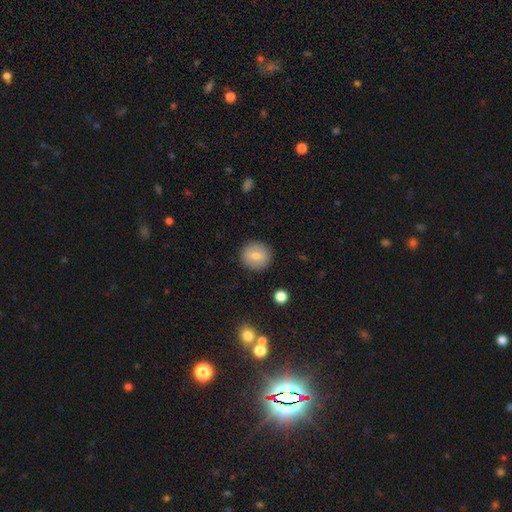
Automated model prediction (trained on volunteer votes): Smooth or featured?
  - smooth: 72% *
  - featured or disk: 19%
  - star or artifact: 9%
How rounded?
  - round: 93% *
  - in between: 6%
  - cigar-shaped: 1%
Merging?
  - none: 90% *
  - minor disturbance: 7%
  - major disturbance: 2%
  - merger: 1%